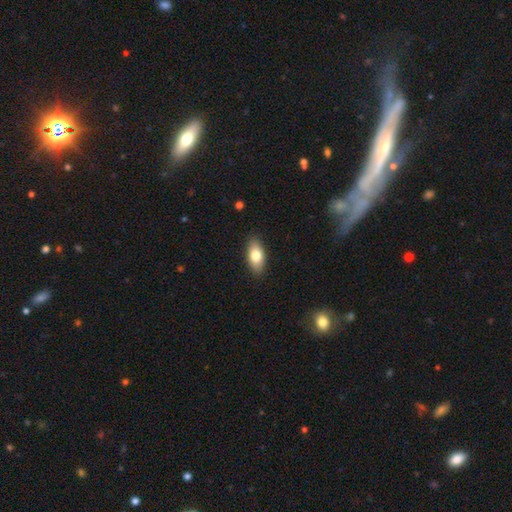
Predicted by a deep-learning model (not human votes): Q: Smooth or featured?
A: smooth (78%); runner-up: featured or disk (16%)
Q: How rounded?
A: in between (90%); runner-up: cigar-shaped (6%)
Q: Merging?
A: none (88%); runner-up: minor disturbance (9%)